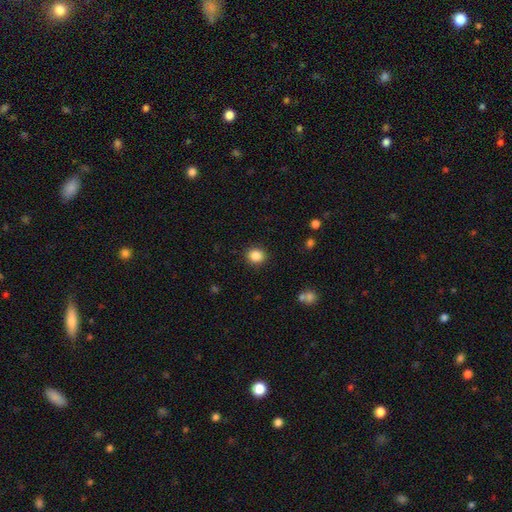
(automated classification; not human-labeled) Overall: smooth (87%). How rounded: round (77%). Merging: none (90%).